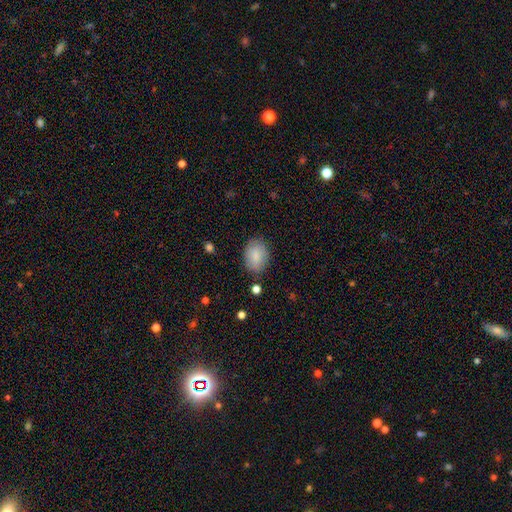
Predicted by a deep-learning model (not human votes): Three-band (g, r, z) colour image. It shows a smooth galaxy with no disk features (85%) that is in between round and cigar-shaped (75%). Merging: none (82%).